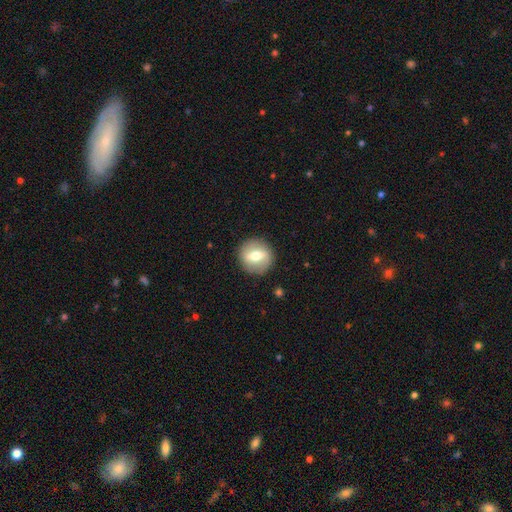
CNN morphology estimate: The model was most divided on "smooth or featured": smooth: 51%, featured or disk: 42%, star or artifact: 7%. More confident: merging — none (89%); how rounded — round (89%).